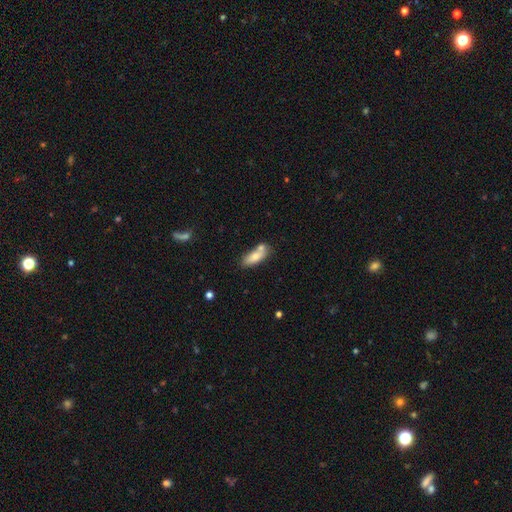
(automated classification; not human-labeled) A smooth galaxy with no disk features (76%) that is in between round and cigar-shaped (69%). Merging: none (52%).